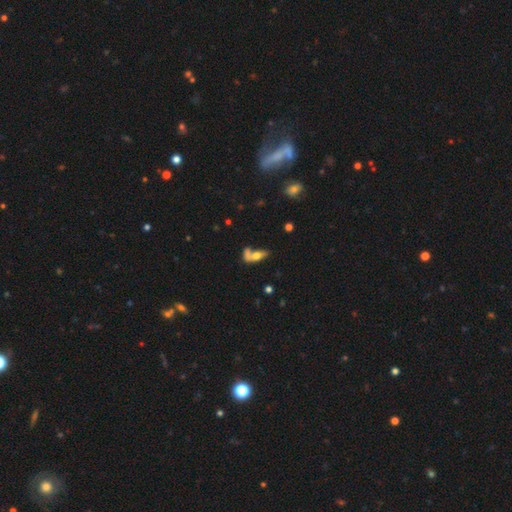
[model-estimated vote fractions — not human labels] Q: Smooth or featured?
A: smooth (60%); runner-up: featured or disk (30%)
Q: How rounded?
A: in between (66%); runner-up: cigar-shaped (27%)
Q: Merging?
A: merger (47%); runner-up: none (31%)